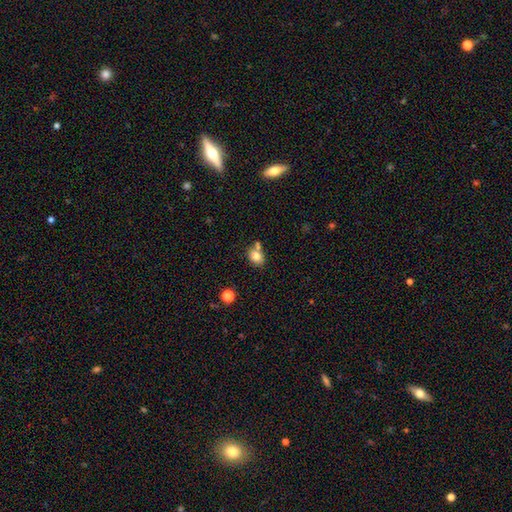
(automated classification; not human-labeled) Smooth or featured?
  - smooth: 80% *
  - star or artifact: 11%
  - featured or disk: 9%
How rounded?
  - in between: 58% *
  - round: 41%
  - cigar-shaped: 1%
Merging?
  - none: 57% *
  - merger: 24%
  - minor disturbance: 14%
  - major disturbance: 4%